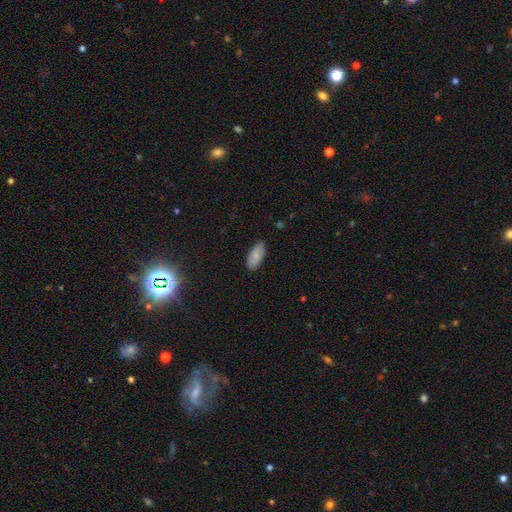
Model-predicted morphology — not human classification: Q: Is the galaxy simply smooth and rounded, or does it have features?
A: smooth — 84%.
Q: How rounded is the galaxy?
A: in between — 89%.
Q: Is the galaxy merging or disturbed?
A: none — 86%.